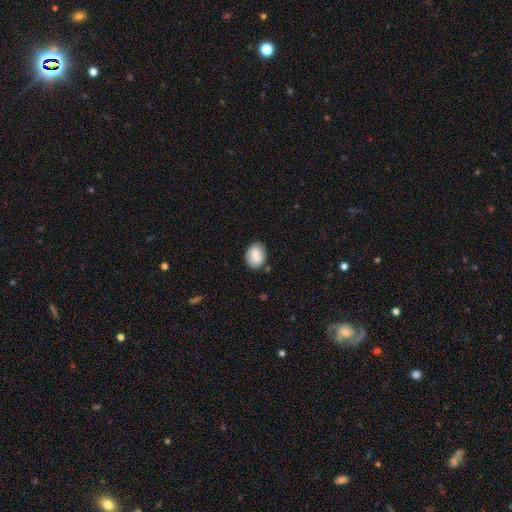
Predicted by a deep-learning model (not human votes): This appears to be a smooth galaxy with no disk features (84%) that is in between round and cigar-shaped (65%). Merging: none (82%).